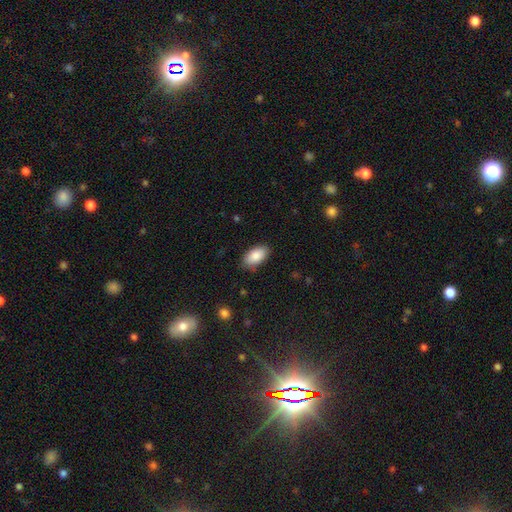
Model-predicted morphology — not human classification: Overall: smooth (88%). How rounded: in between (94%). Merging: none (84%).